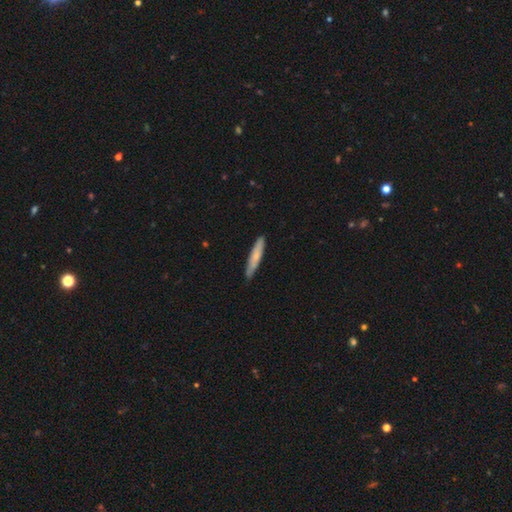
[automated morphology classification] The model was most divided on "smooth or featured": smooth: 67%, featured or disk: 28%, star or artifact: 5%. More confident: how rounded — cigar-shaped (91%); merging — none (82%).